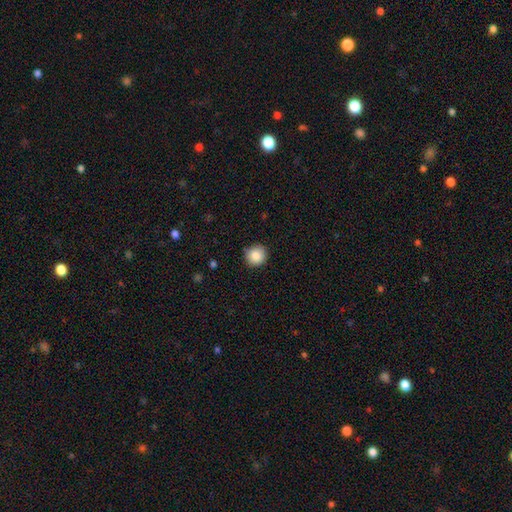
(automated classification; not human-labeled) A smooth galaxy with no disk features (86%) that is round (93%). Merging: none (86%).